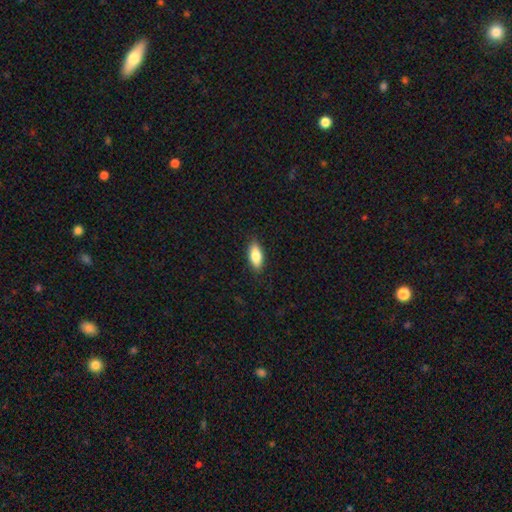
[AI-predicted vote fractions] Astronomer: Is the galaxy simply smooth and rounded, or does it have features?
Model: smooth — 83%.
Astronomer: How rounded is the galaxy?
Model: in between — 83%.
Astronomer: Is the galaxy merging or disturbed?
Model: none — 87%.